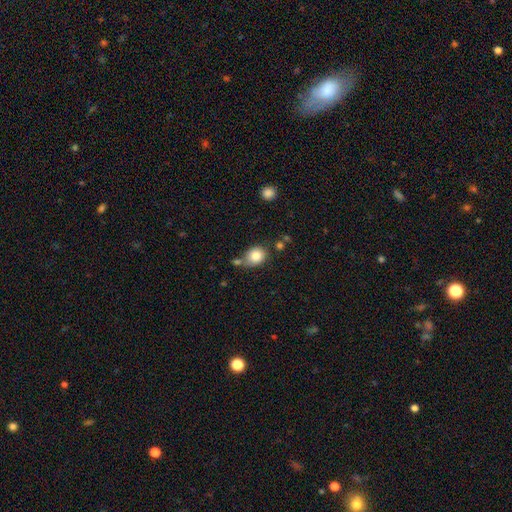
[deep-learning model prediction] Q: Smooth or featured?
A: smooth (82%); runner-up: star or artifact (9%)
Q: How rounded?
A: round (61%); runner-up: in between (38%)
Q: Merging?
A: none (60%); runner-up: minor disturbance (18%)